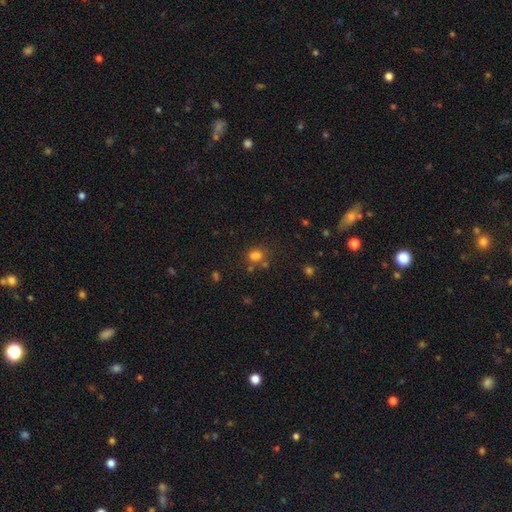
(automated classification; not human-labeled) Smooth or featured? Predicted: smooth (p=0.75). How rounded? Predicted: round (p=0.58). Merging? Predicted: none (p=0.59).